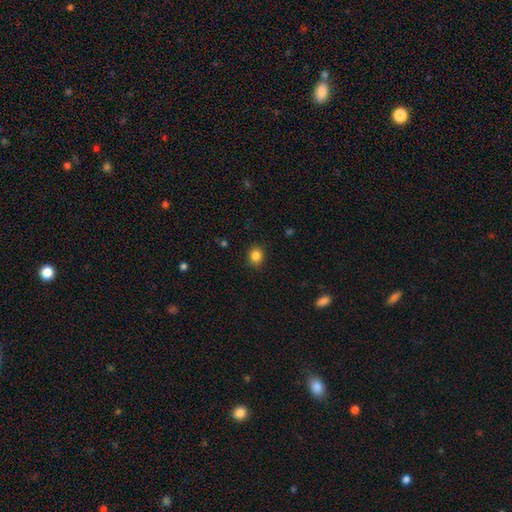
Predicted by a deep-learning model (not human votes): Smooth or featured?
  - smooth: 85% *
  - star or artifact: 11%
  - featured or disk: 4%
How rounded?
  - round: 74% *
  - in between: 25%
  - cigar-shaped: 1%
Merging?
  - none: 89% *
  - minor disturbance: 8%
  - major disturbance: 2%
  - merger: 1%